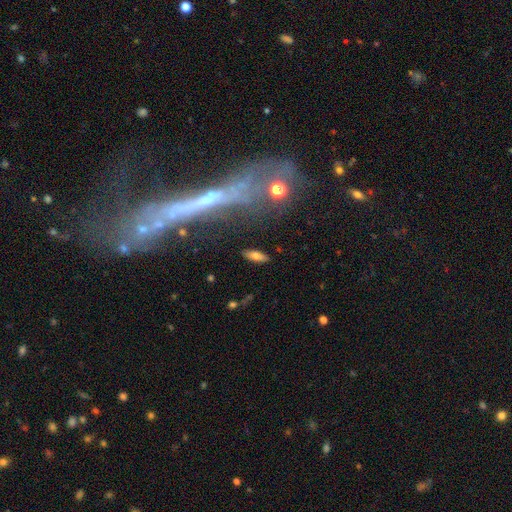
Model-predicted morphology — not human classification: This is likely a smooth galaxy (68%). How rounded: likely in between (65%). Merging: clearly none (86%).